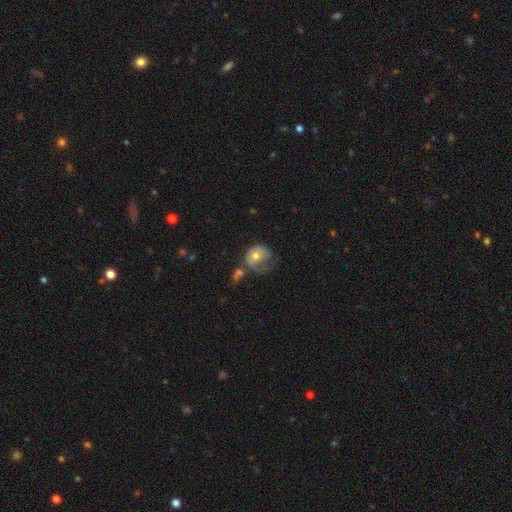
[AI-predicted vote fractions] Smooth or featured? Predicted: smooth (p=0.58). How rounded? Predicted: round (p=0.59). Merging? Predicted: major disturbance (p=0.37).